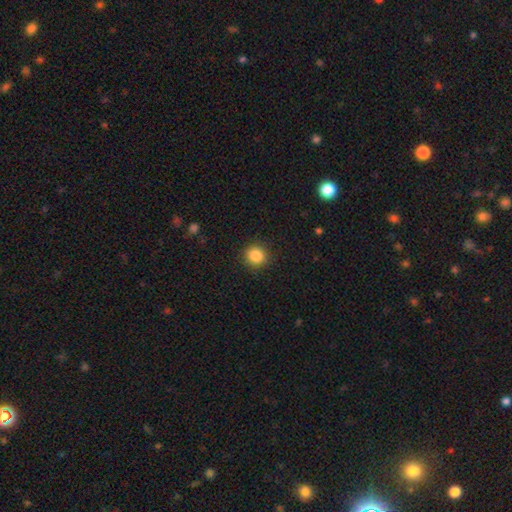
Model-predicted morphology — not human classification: Smooth or featured?
  - smooth: 86% *
  - star or artifact: 10%
  - featured or disk: 4%
How rounded?
  - round: 91% *
  - in between: 8%
  - cigar-shaped: 1%
Merging?
  - none: 90% *
  - minor disturbance: 6%
  - major disturbance: 2%
  - merger: 1%